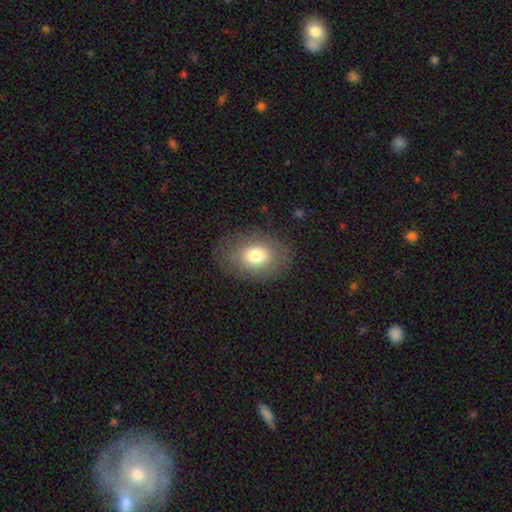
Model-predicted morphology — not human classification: The model was most divided on "how rounded": in between: 72%, round: 27%, cigar-shaped: 1%. More confident: merging — none (82%); smooth or featured — smooth (75%).